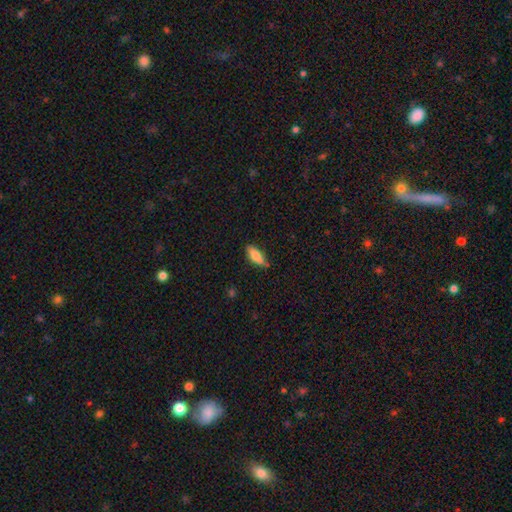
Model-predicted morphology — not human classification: type=smooth (80%); roundness=in between (68%); merging=none (73%).